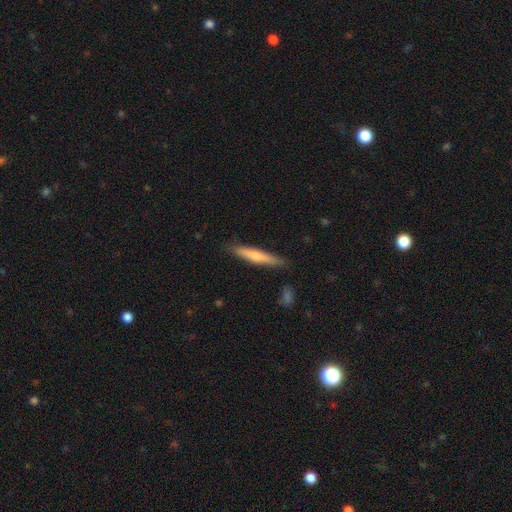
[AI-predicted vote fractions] Q: Smooth or featured?
A: smooth (63%); runner-up: featured or disk (31%)
Q: How rounded?
A: cigar-shaped (92%); runner-up: in between (7%)
Q: Merging?
A: none (85%); runner-up: minor disturbance (11%)